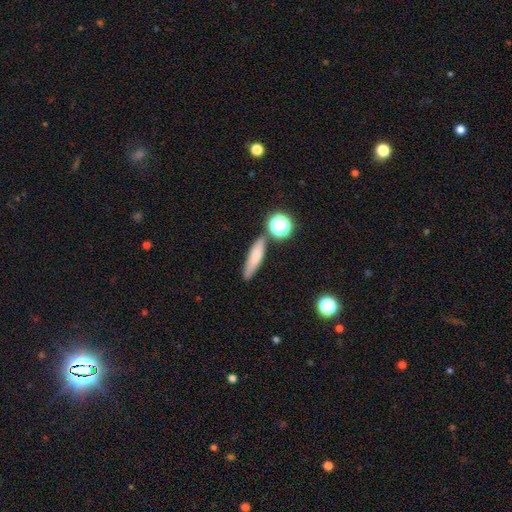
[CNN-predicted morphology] smooth 70%, featured or disk 19%, star or artifact 11%. Down the decision tree: how rounded — cigar-shaped (68%); merging — none (73%).